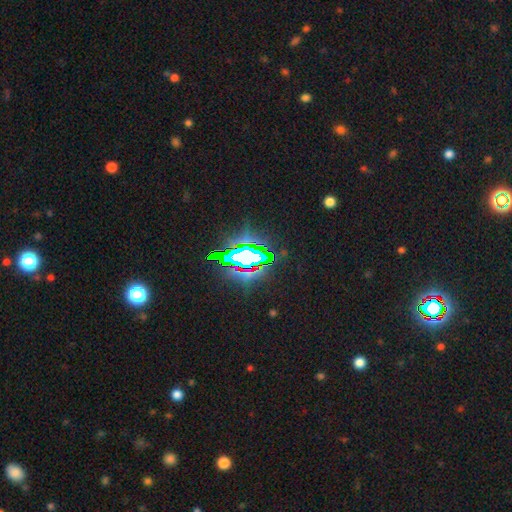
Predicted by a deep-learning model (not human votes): Morphology: type=star or artifact (79%).